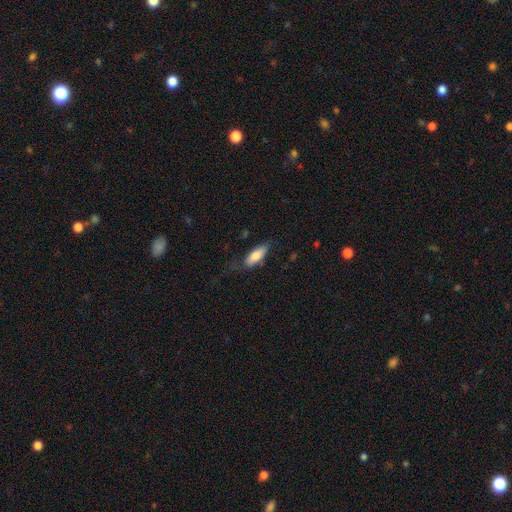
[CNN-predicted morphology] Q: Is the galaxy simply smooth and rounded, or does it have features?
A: smooth — 78%.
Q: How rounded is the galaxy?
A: in between — 69%.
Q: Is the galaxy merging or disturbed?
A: none — 64%.